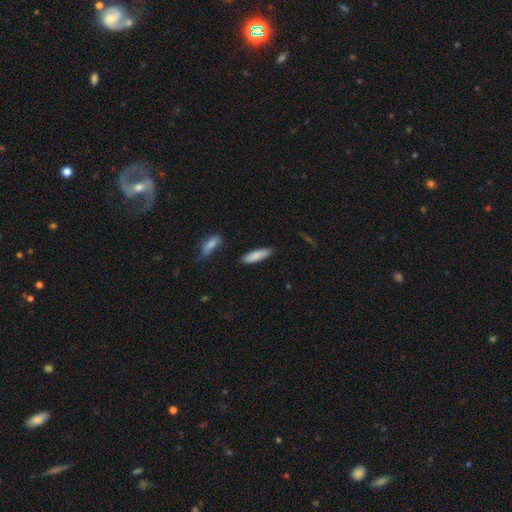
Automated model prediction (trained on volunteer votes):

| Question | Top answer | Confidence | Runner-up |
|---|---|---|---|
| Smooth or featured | smooth | 85% | featured or disk (9%) |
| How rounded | cigar-shaped | 65% | in between (33%) |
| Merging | none | 85% | minor disturbance (10%) |